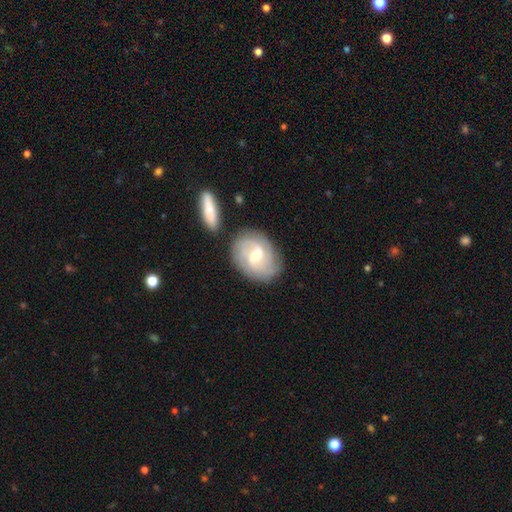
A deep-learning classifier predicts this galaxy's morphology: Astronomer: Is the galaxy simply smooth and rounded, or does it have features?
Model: featured or disk — 73%.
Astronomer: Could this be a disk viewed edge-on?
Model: no — 97%.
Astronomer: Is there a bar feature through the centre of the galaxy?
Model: weak — 61%.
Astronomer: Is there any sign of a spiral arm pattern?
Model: yes — 92%.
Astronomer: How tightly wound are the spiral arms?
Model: tight — 41% (runner-up: medium, 40%).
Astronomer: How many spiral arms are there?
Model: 2 — 38% (runner-up: can't tell, 25%).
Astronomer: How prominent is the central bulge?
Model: moderate — 61%.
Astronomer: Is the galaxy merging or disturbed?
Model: none — 74%.